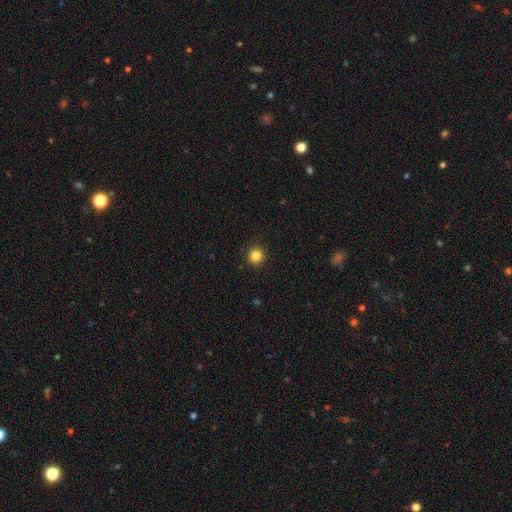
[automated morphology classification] This is clearly a smooth galaxy (84%). How rounded: clearly round (95%). Merging: clearly none (93%).